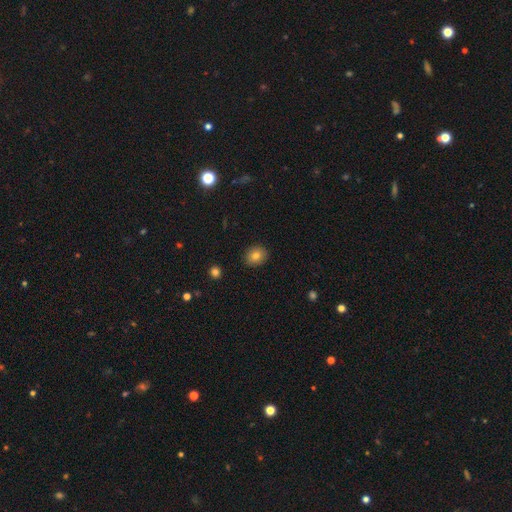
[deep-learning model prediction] This appears to be a smooth galaxy with no disk features (79%) that is round (56%). Merging: none (89%).